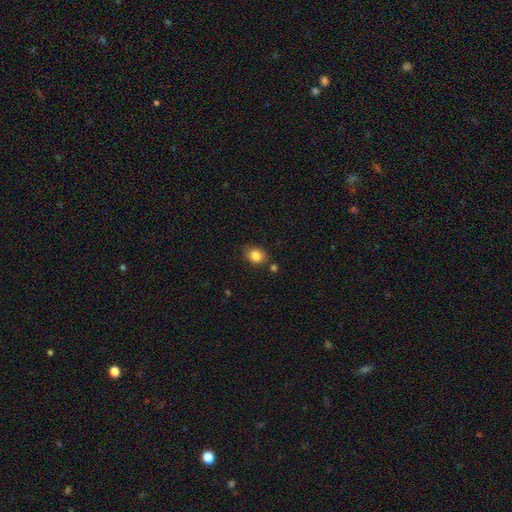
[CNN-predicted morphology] Smooth or featured?
  - smooth: 84% *
  - star or artifact: 10%
  - featured or disk: 6%
How rounded?
  - round: 58% *
  - in between: 41%
  - cigar-shaped: 1%
Merging?
  - none: 76% *
  - minor disturbance: 15%
  - merger: 6%
  - major disturbance: 3%